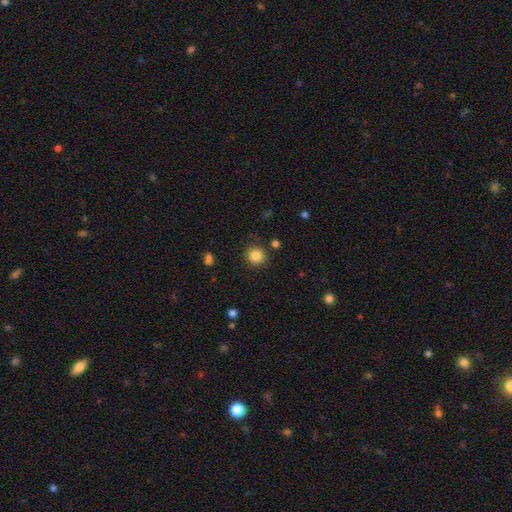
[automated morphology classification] smooth_or_featured: smooth (p=0.85) [alt: star or artifact p=0.11]
how_rounded: round (p=0.93) [alt: in between p=0.06]
merging: none (p=0.89) [alt: minor disturbance p=0.07]